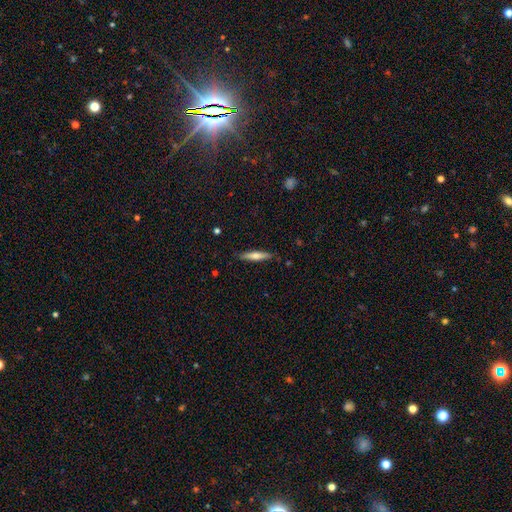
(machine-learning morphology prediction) type=smooth (53%); roundness=cigar-shaped (87%); merging=none (87%).